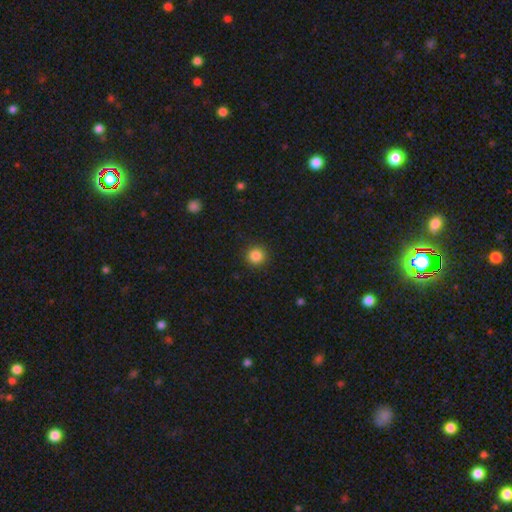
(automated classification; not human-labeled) The model was most divided on "smooth or featured": smooth: 86%, star or artifact: 11%, featured or disk: 4%. More confident: how rounded — round (94%); merging — none (92%).